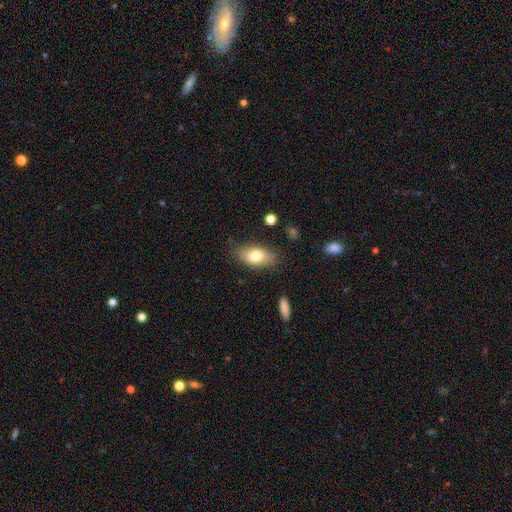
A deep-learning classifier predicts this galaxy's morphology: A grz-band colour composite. It shows a smooth galaxy with no disk features (77%) that is in between round and cigar-shaped (89%). Merging: none (79%).